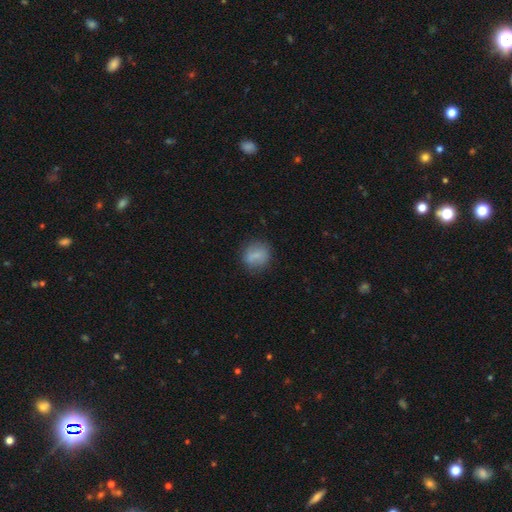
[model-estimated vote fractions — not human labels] This is likely a smooth galaxy (76%). How rounded: likely round (70%). Merging: likely none (78%).